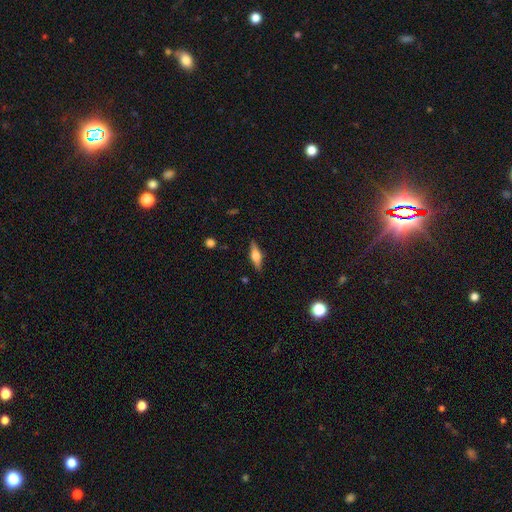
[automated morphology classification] A featured or disk galaxy (50%). Merging: none (86%).